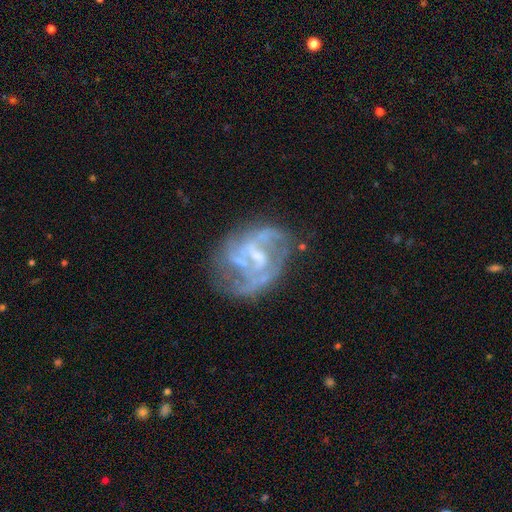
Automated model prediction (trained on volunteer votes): Smooth or featured?
  - featured or disk: 81% *
  - smooth: 11%
  - star or artifact: 8%
Edge-on disk?
  - no: 98% *
  - yes: 2%
Bar?
  - weak: 51% *
  - no: 32%
  - strong: 17%
Spiral arms?
  - yes: 77% *
  - no: 23%
Spiral winding?
  - medium: 45% *
  - tight: 30%
  - loose: 25%
Spiral arm count?
  - can't tell: 33% *
  - 2: 32%
  - 3: 20%
  - 1: 6%
  - 4: 6%
  - more than 4: 4%
Bulge size?
  - small: 38% *
  - moderate: 31%
  - none: 27%
  - large: 3%
  - dominant: 1%
Merging?
  - none: 50% *
  - major disturbance: 24%
  - minor disturbance: 21%
  - merger: 5%